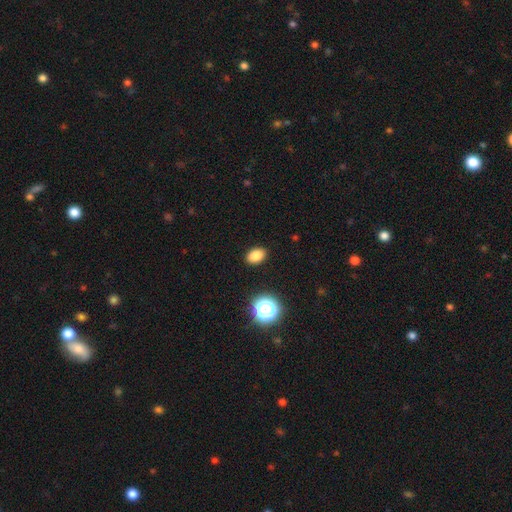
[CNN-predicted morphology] type=smooth (83%); roundness=in between (80%); merging=none (90%).